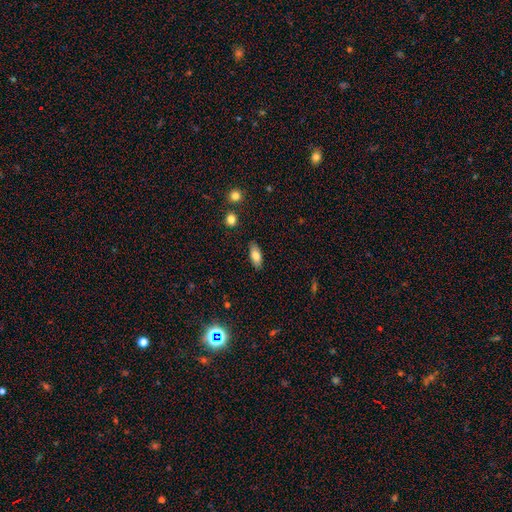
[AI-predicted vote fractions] Smooth or featured? Predicted: smooth (p=0.79). How rounded? Predicted: in between (p=0.83). Merging? Predicted: none (p=0.86).